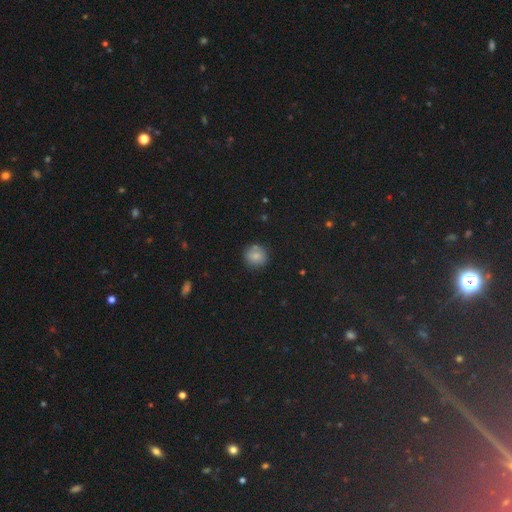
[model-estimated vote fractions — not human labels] The model was most divided on "smooth or featured": smooth: 77%, star or artifact: 13%, featured or disk: 9%. More confident: how rounded — round (90%); merging — none (83%).